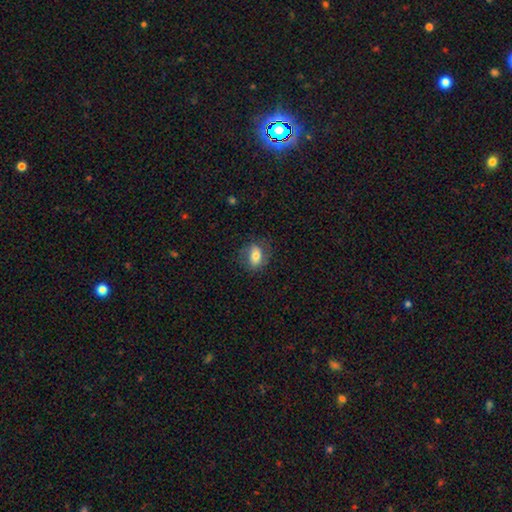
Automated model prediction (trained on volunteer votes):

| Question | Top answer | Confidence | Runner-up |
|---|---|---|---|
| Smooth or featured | smooth | 69% | featured or disk (23%) |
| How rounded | in between | 79% | round (17%) |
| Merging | none | 72% | minor disturbance (19%) |